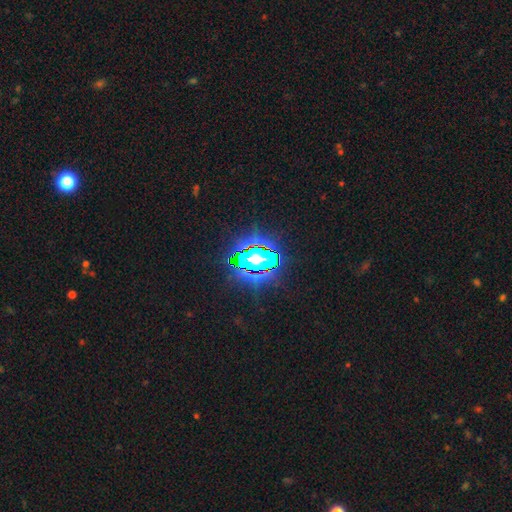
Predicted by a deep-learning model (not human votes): Smooth or featured? Predicted: star or artifact (p=0.82).